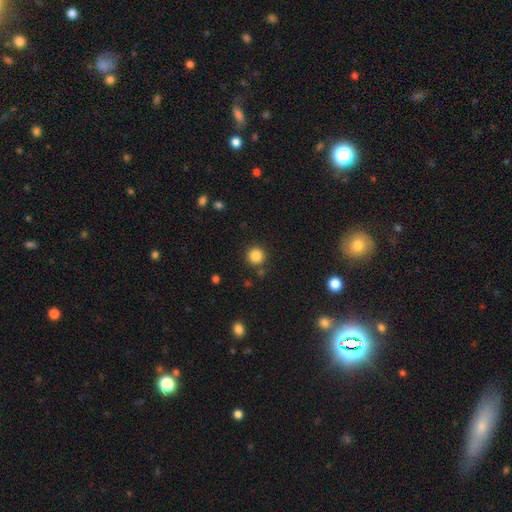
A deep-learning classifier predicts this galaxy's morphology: This is clearly a smooth galaxy (85%). How rounded: clearly round (95%). Merging: clearly none (87%).